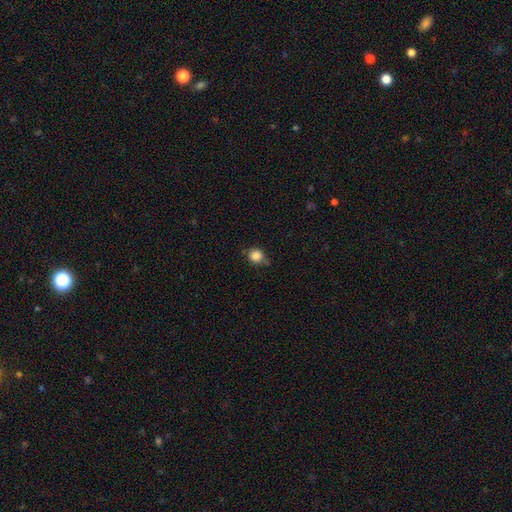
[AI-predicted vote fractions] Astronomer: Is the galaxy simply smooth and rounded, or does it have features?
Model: smooth — 84%.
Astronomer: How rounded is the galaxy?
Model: round — 88%.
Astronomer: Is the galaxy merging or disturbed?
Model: none — 62%.